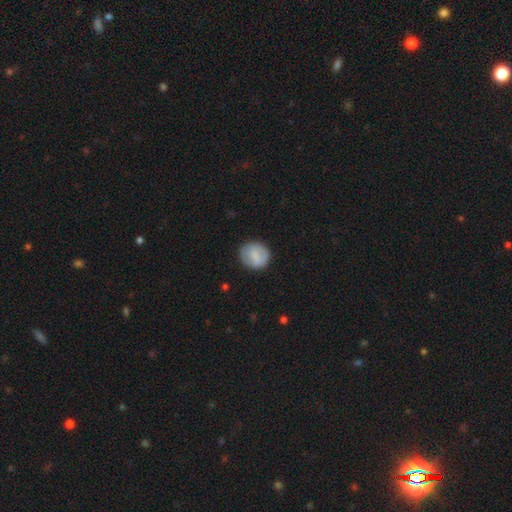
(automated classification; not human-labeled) Smooth or featured: smooth — 70% (featured or disk — 23%)
How rounded: round — 84% (in between — 15%)
Merging: none — 84% (minor disturbance — 12%)